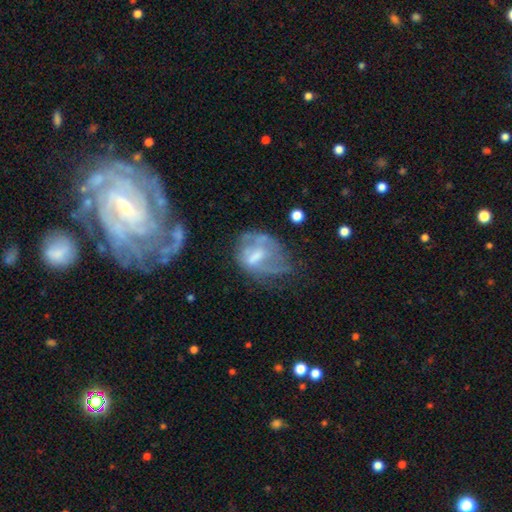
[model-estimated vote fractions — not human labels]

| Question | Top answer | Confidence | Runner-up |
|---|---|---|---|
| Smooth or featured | featured or disk | 61% | smooth (29%) |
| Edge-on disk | no | 96% | yes (4%) |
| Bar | no | 44% | weak (41%) |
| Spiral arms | no | 54% | yes (46%) |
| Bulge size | moderate | 40% | small (26%) |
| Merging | none | 34% | major disturbance (31%) |